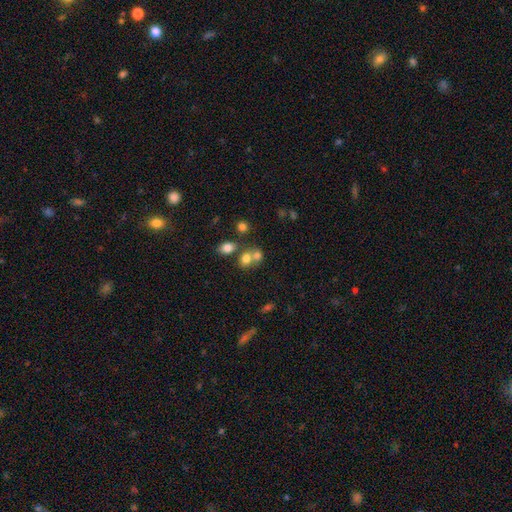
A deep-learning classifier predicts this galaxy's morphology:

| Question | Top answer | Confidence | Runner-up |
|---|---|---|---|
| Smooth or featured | smooth | 71% | star or artifact (15%) |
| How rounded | round | 63% | in between (36%) |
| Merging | merger | 52% | none (37%) |